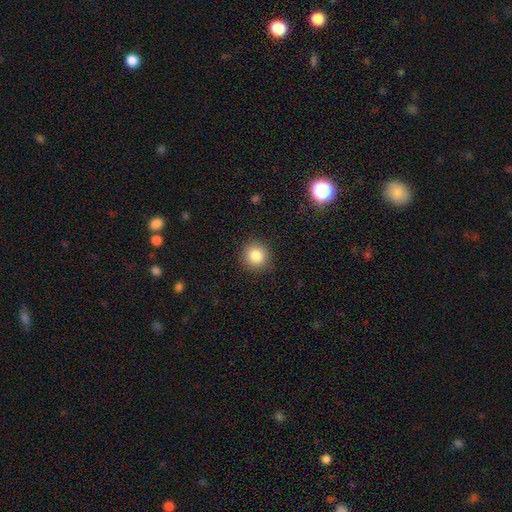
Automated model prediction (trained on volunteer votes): This appears to be a smooth galaxy with no disk features (84%) that is round (91%). Merging: none (90%).